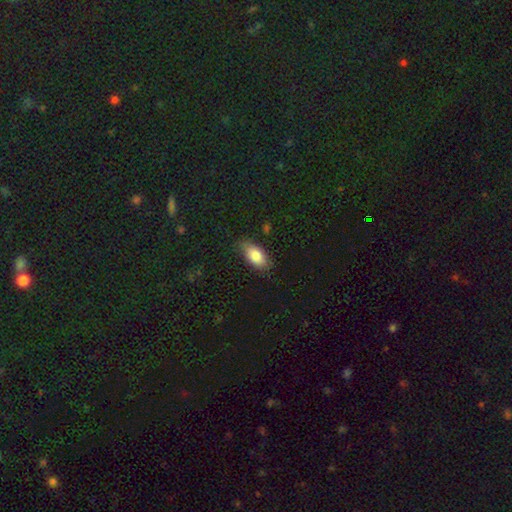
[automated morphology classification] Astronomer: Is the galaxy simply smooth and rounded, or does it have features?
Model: smooth — 82%.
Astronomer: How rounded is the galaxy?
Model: in between — 91%.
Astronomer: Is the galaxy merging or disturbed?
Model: none — 74%.